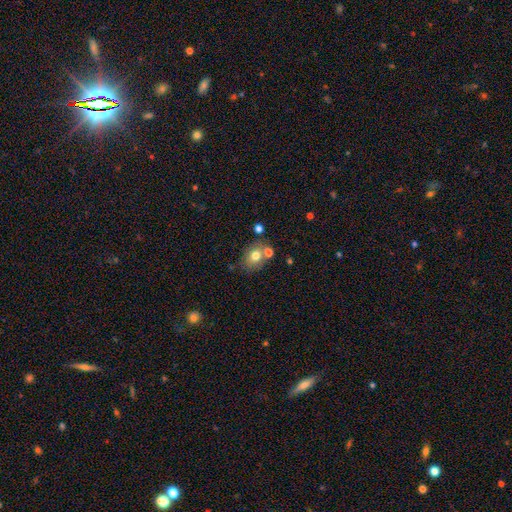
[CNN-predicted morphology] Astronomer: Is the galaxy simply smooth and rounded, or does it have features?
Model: smooth — 74%.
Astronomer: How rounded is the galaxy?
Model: in between — 52% (runner-up: round, 47%).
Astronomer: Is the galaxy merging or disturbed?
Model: none — 63%.